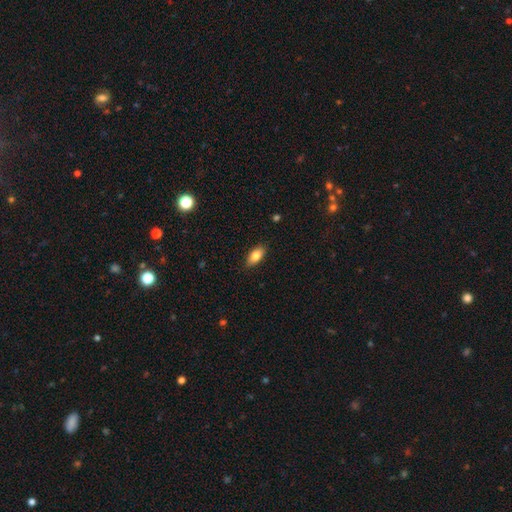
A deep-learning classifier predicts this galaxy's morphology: smooth-or-featured: smooth: 83% | featured or disk: 10% | star or artifact: 7%
  how-rounded: in between: 90% | cigar-shaped: 7% | round: 3%
  merging: none: 87% | minor disturbance: 10% | major disturbance: 2% | merger: 1%